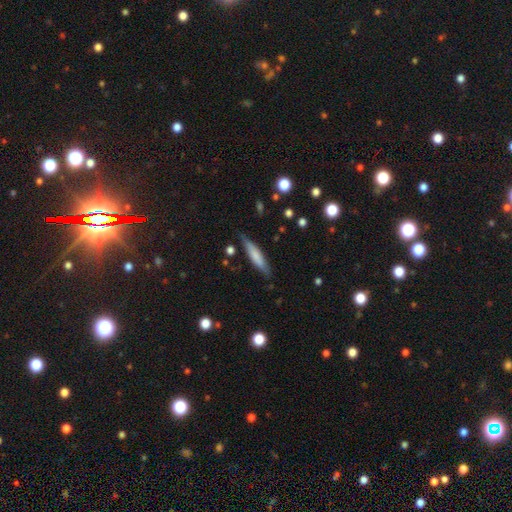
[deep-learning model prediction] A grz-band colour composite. It shows a smooth galaxy with no disk features (67%) that is cigar-shaped (83%). Merging: none (79%).